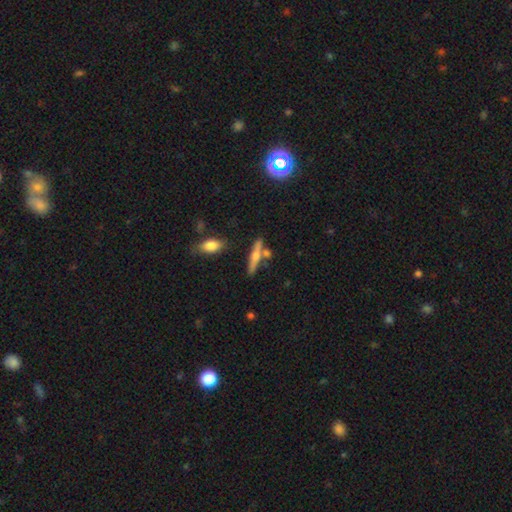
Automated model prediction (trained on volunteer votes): Smooth or featured?
  - featured or disk: 52% *
  - smooth: 40%
  - star or artifact: 8%
Edge-on disk?
  - yes: 93% *
  - no: 7%
Merging?
  - none: 71% *
  - merger: 14%
  - minor disturbance: 12%
  - major disturbance: 3%